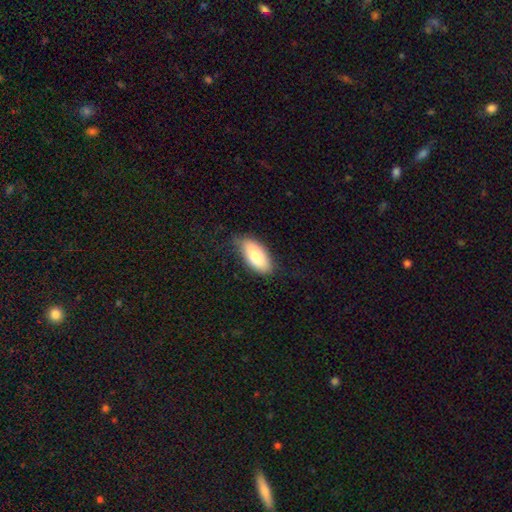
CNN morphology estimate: The model was most divided on "merging": none: 75%, minor disturbance: 20%, major disturbance: 4%, merger: 1%. More confident: how rounded — in between (91%); smooth or featured — smooth (79%).